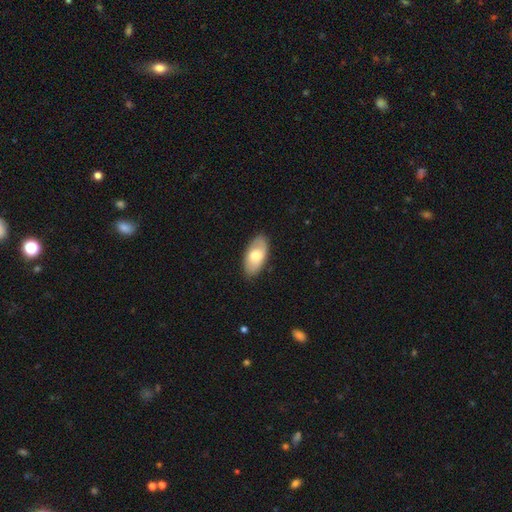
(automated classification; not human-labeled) This is likely a smooth galaxy (66%). How rounded: clearly in between (94%). Merging: clearly none (84%).